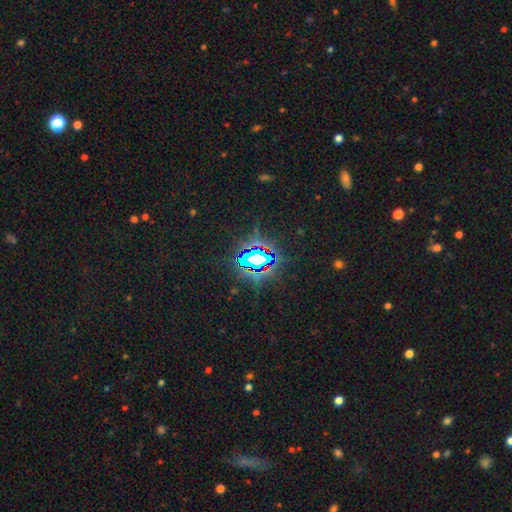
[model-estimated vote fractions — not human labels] Overall: star or artifact (78%).